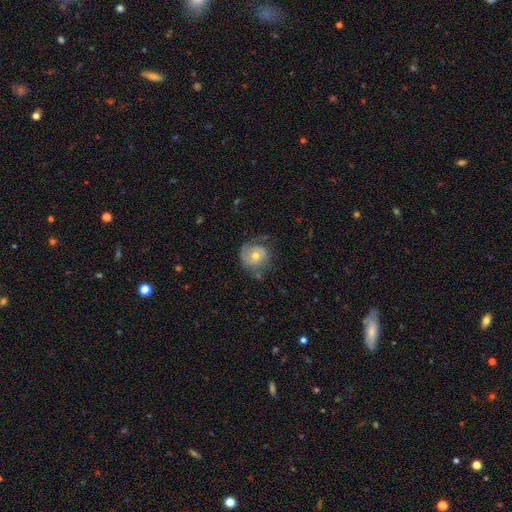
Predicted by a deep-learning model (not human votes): smooth_or_featured: featured or disk (p=0.59) [alt: smooth p=0.33]
disk_edge_on: no (p=0.97) [alt: yes p=0.03]
bar: no (p=0.79) [alt: weak p=0.17]
has_spiral_arms: yes (p=0.77) [alt: no p=0.23]
bulge_size: moderate (p=0.65) [alt: small p=0.30]
merging: none (p=0.60) [alt: minor disturbance p=0.24]